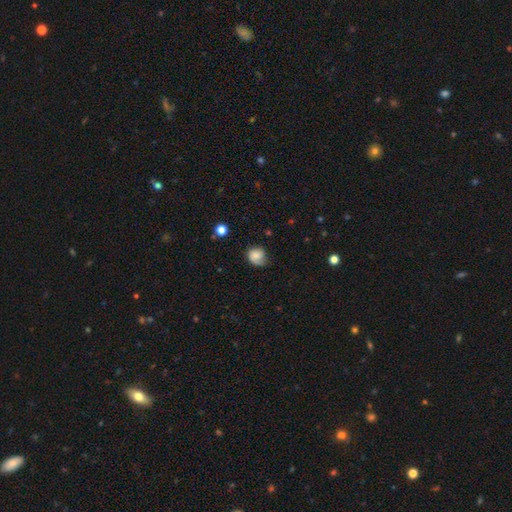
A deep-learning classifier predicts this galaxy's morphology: This appears to be a smooth galaxy with no disk features (59%) that is round (69%). Merging: none (54%).